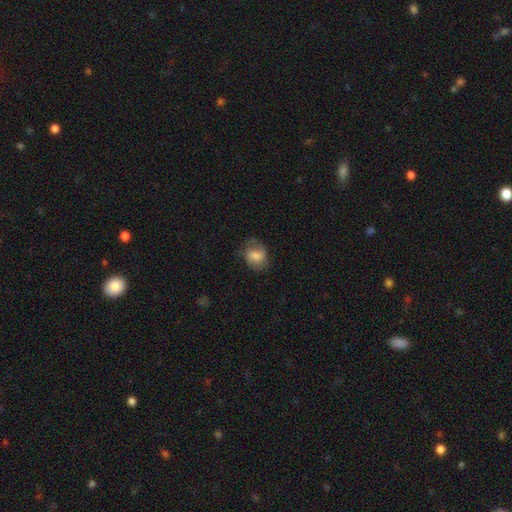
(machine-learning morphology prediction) Smooth or featured: smooth — 64% (featured or disk — 28%)
How rounded: in between — 56% (round — 43%)
Merging: none — 64% (minor disturbance — 24%)